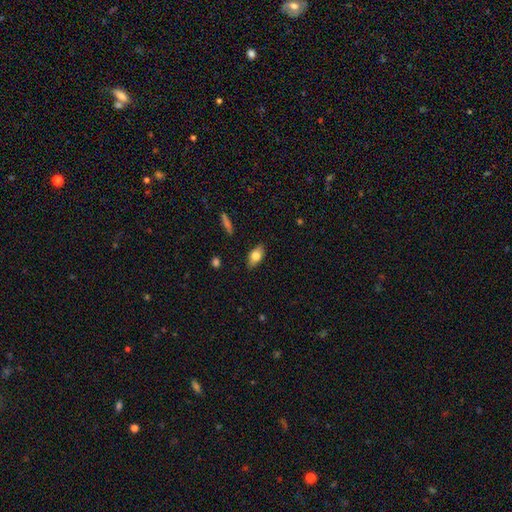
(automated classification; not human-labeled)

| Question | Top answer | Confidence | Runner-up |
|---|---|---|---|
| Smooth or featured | smooth | 74% | featured or disk (18%) |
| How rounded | in between | 87% | cigar-shaped (8%) |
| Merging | none | 85% | minor disturbance (12%) |